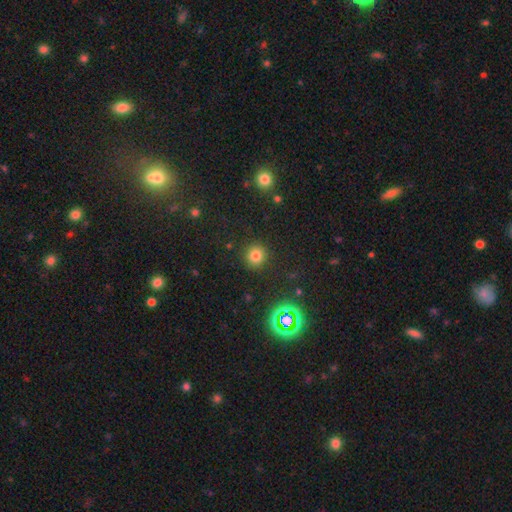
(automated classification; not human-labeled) Smooth or featured?
  - smooth: 75% *
  - star or artifact: 18%
  - featured or disk: 6%
How rounded?
  - round: 91% *
  - in between: 8%
  - cigar-shaped: 1%
Merging?
  - none: 90% *
  - minor disturbance: 6%
  - major disturbance: 3%
  - merger: 1%